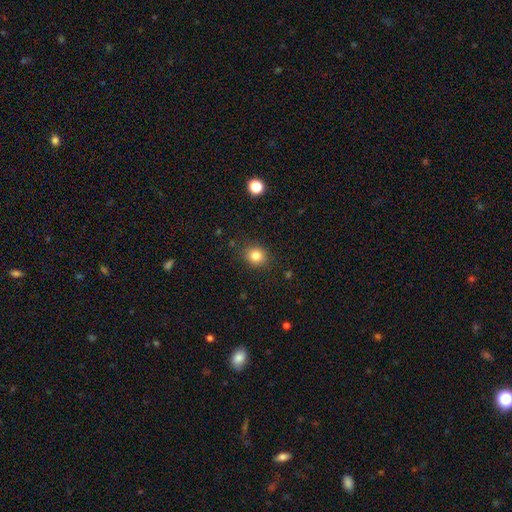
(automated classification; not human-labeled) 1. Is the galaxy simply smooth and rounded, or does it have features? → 82% smooth, 11% star or artifact, 6% featured or disk.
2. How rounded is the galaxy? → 74% round, 25% in between, 1% cigar-shaped.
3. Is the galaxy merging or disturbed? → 87% none, 9% minor disturbance, 3% major disturbance, 1% merger.